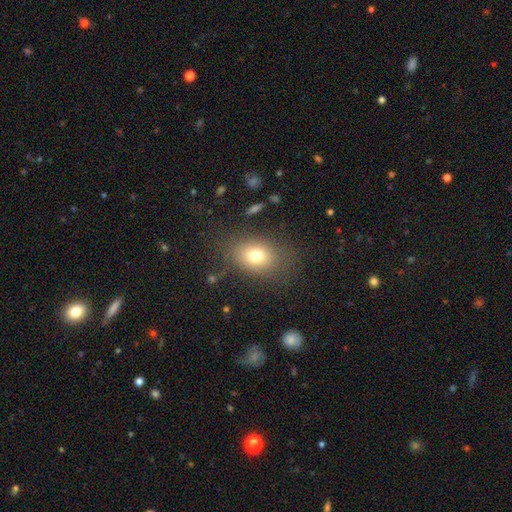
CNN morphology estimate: smooth 74%, featured or disk 13%, star or artifact 12%. Down the decision tree: how rounded — in between (66%); merging — none (74%).